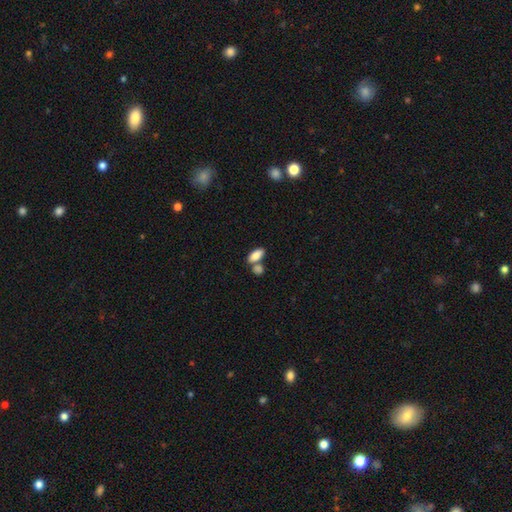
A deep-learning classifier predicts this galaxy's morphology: This is clearly a smooth galaxy (83%). How rounded: clearly in between (88%). Merging: possibly none (51%).